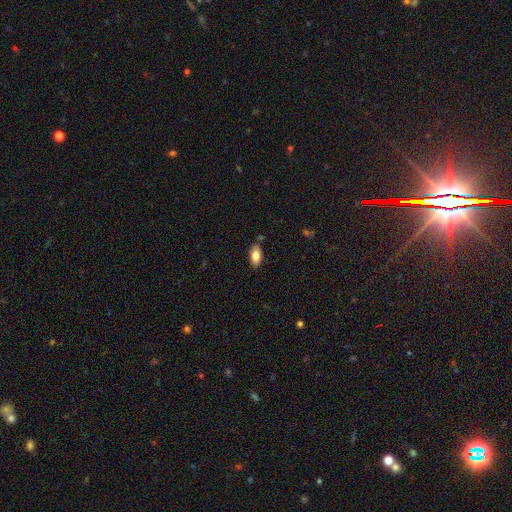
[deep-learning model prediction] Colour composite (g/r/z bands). It shows a smooth galaxy with no disk features (81%) that is in between round and cigar-shaped (91%). Merging: none (81%).